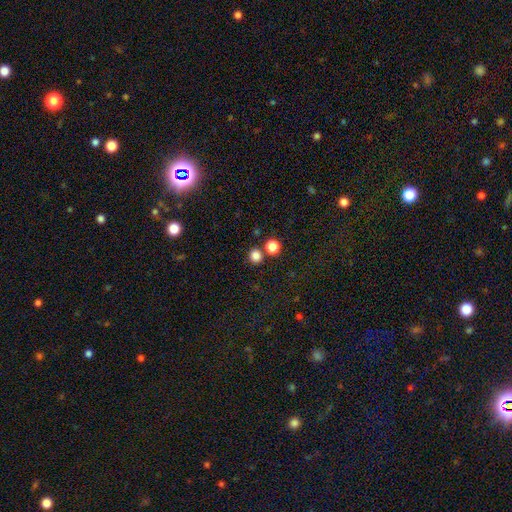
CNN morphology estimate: smooth-or-featured: smooth: 82% | star or artifact: 14% | featured or disk: 4%
  how-rounded: round: 90% | in between: 9% | cigar-shaped: 1%
  merging: none: 76% | merger: 15% | minor disturbance: 6% | major disturbance: 3%